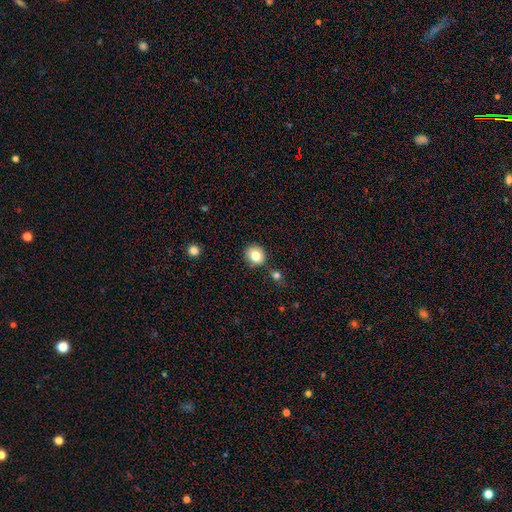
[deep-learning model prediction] Morphology: type=smooth (80%); roundness=round (87%); merging=none (82%).